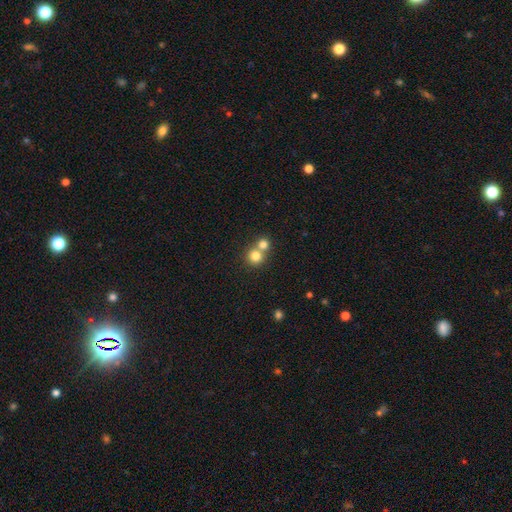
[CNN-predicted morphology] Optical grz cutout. It shows a smooth galaxy with no disk features (79%) that is round (90%). Merging: merger (47%).